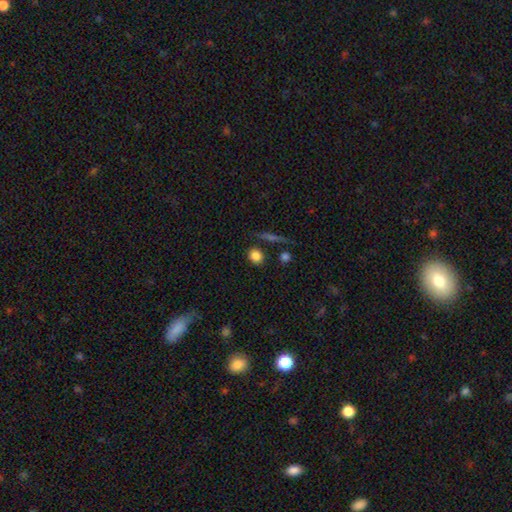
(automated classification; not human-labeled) Overall: smooth (84%). How rounded: round (73%). Merging: none (81%).